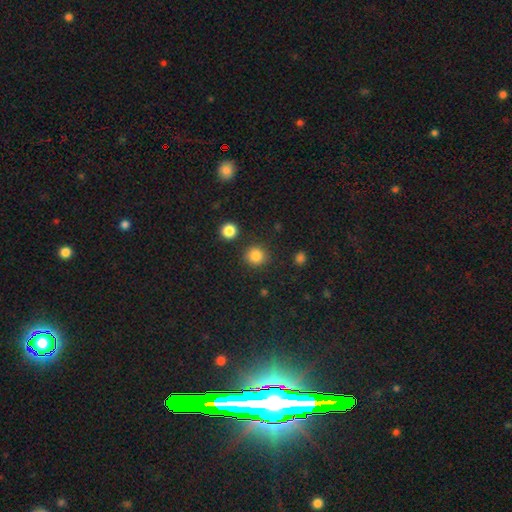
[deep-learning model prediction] This is clearly a smooth galaxy (85%). How rounded: clearly round (91%). Merging: clearly none (88%).